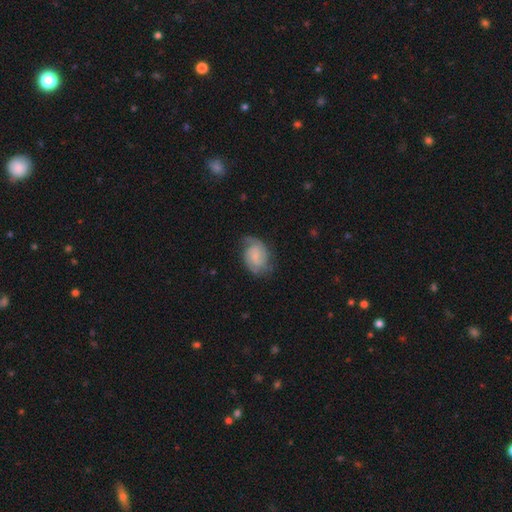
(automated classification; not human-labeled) Morphology: type=featured or disk (73%); edge-on=no (98%); bar=no (46%); spiral arms=yes (95%); winding=medium (44%); arm count=2 (77%); bulge=none (41%); merging=none (70%).